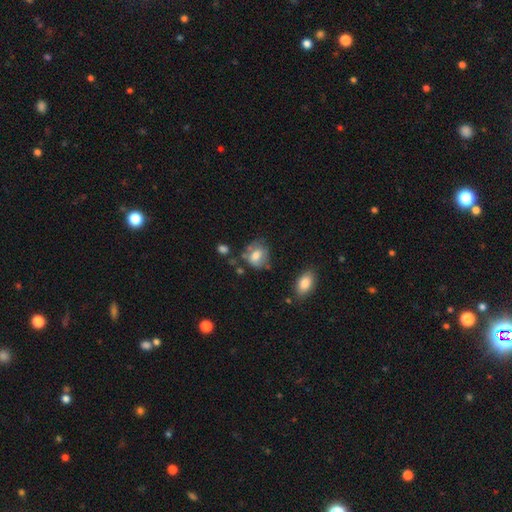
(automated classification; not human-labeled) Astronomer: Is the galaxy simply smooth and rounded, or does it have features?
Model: smooth — 66%.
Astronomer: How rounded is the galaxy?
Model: round — 51% (runner-up: in between, 48%).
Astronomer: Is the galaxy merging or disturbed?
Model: none — 50% (runner-up: minor disturbance, 28%).